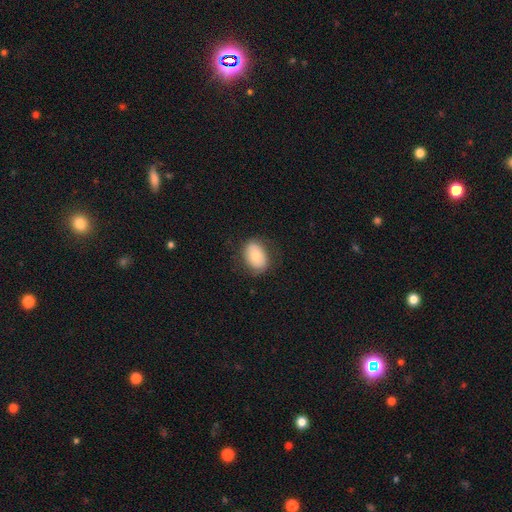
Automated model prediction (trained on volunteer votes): smooth-or-featured: smooth: 74% | featured or disk: 18% | star or artifact: 7%
  how-rounded: in between: 76% | round: 23% | cigar-shaped: 1%
  merging: none: 77% | minor disturbance: 16% | major disturbance: 6% | merger: 1%